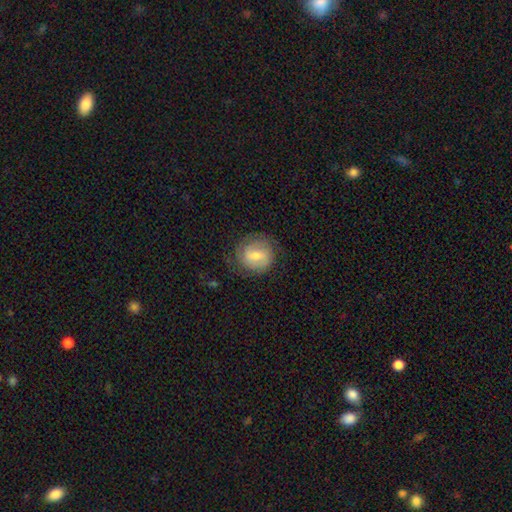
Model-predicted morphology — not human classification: This appears to be a featured or disk galaxy (47%). Merging: none (73%).